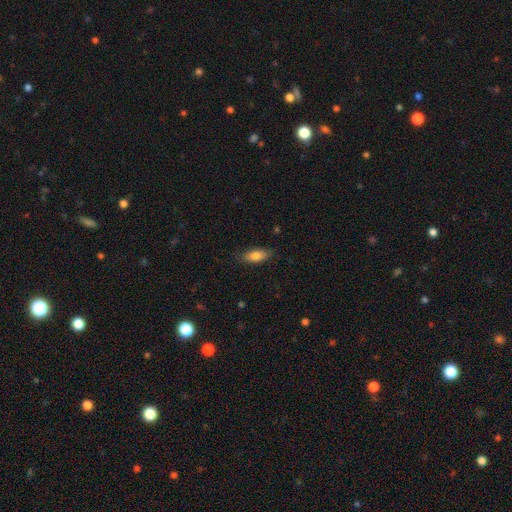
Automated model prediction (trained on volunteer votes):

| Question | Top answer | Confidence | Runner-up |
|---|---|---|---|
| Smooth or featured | smooth | 79% | featured or disk (14%) |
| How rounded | in between | 78% | cigar-shaped (20%) |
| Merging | none | 83% | minor disturbance (13%) |